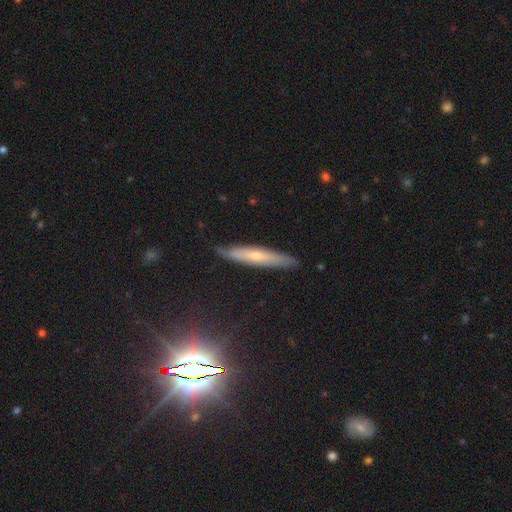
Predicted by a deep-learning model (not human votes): A featured or disk galaxy (48%).

Vote fractions:
- Smooth or featured? featured or disk: 48% / smooth: 43% / star or artifact: 9%
- Merging? none: 83% / minor disturbance: 14% / major disturbance: 2% / merger: 1%